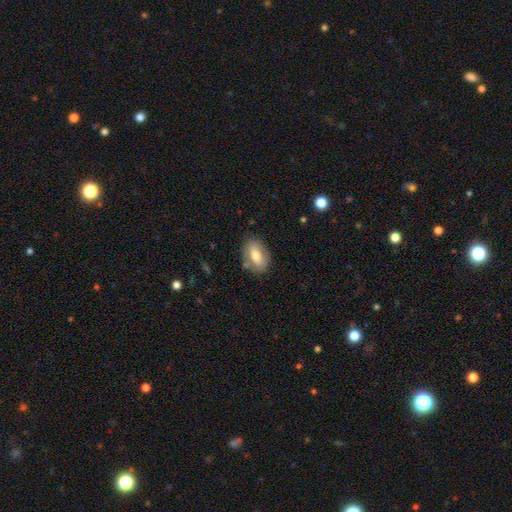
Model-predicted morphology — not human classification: type=smooth (68%); roundness=in between (88%); merging=none (76%).